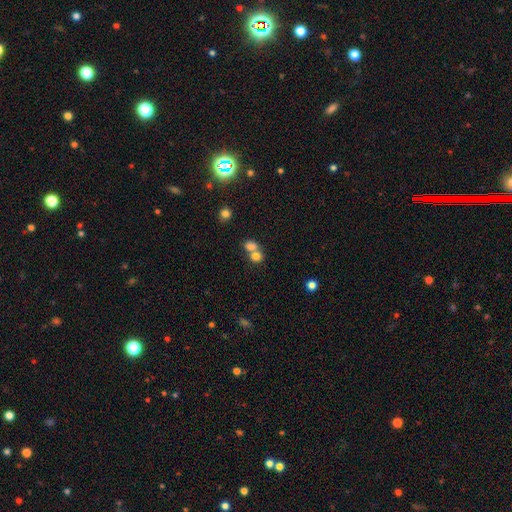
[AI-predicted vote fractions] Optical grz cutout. It shows a smooth galaxy with no disk features (77%) that is round (63%). Merging: merger (60%).